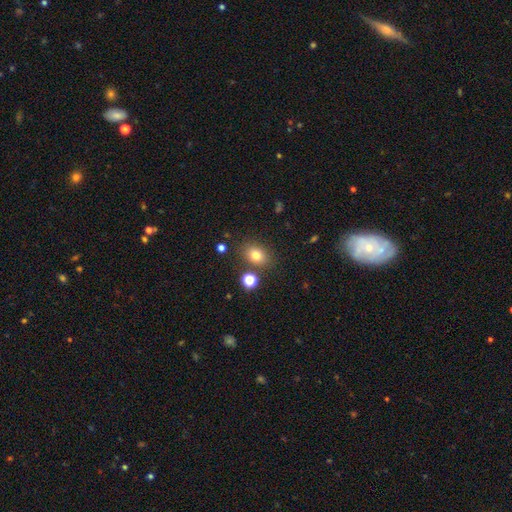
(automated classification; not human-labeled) A smooth galaxy with no disk features (78%) that is in between round and cigar-shaped (63%). Merging: none (79%).